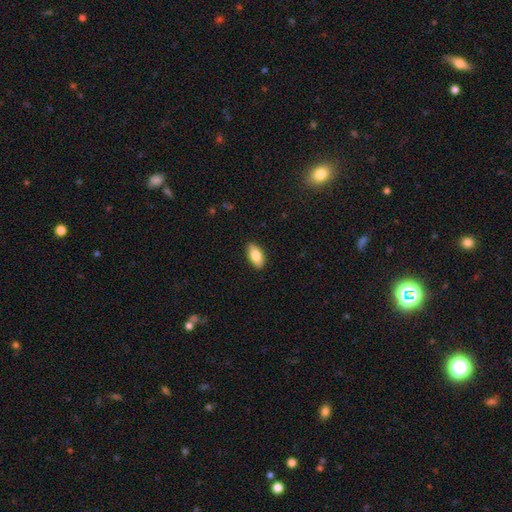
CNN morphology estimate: Overall: smooth (82%). How rounded: in between (93%). Merging: none (90%).